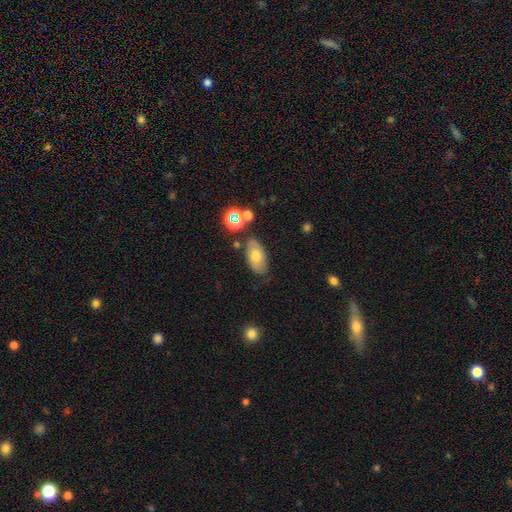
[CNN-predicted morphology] Smooth or featured?
  - smooth: 67% *
  - featured or disk: 23%
  - star or artifact: 11%
How rounded?
  - in between: 92% *
  - round: 6%
  - cigar-shaped: 3%
Merging?
  - none: 75% *
  - minor disturbance: 16%
  - merger: 5%
  - major disturbance: 4%